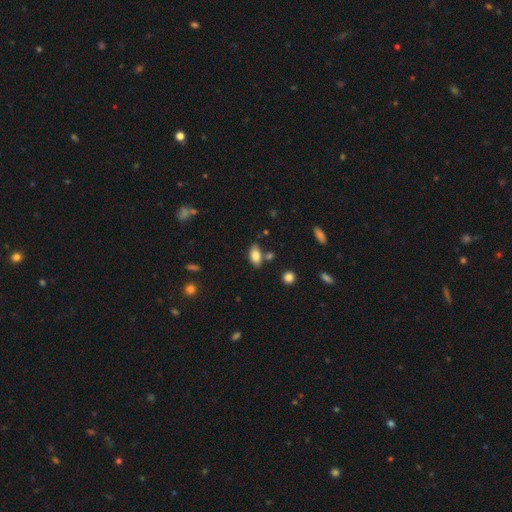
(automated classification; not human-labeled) Smooth or featured: smooth — 81% (featured or disk — 11%)
How rounded: in between — 90% (cigar-shaped — 5%)
Merging: none — 71% (minor disturbance — 15%)